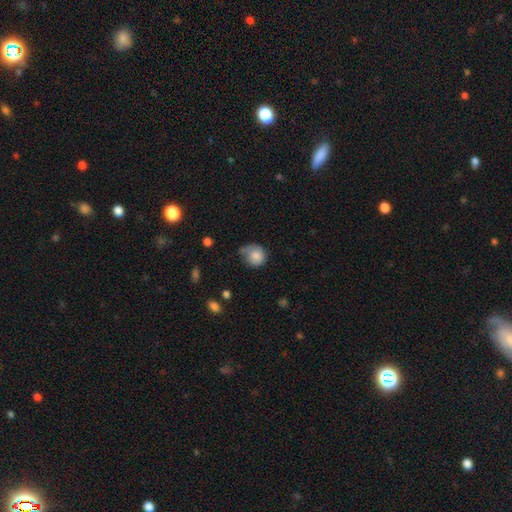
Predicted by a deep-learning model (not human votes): smooth_or_featured: smooth (p=0.79) [alt: featured or disk p=0.13]
how_rounded: round (p=0.79) [alt: in between p=0.20]
merging: none (p=0.45) [alt: minor disturbance p=0.36]